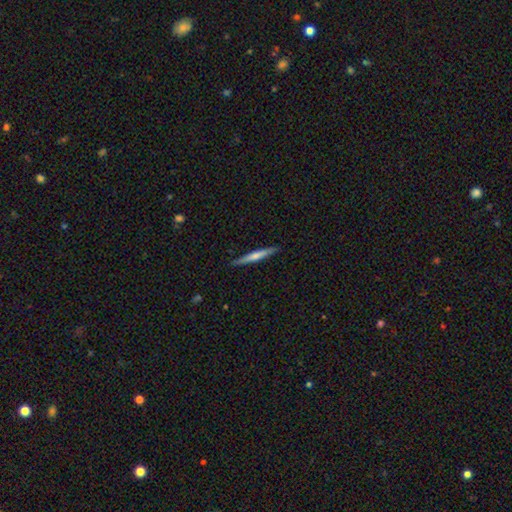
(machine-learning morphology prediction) This is possibly a smooth galaxy (50%). Merging: clearly none (90%).